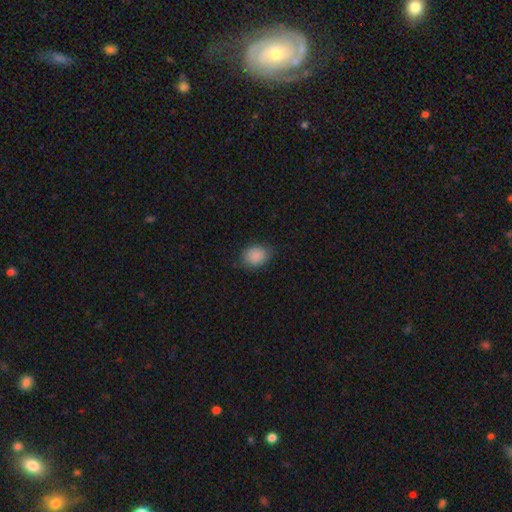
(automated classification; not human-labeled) This appears to be a smooth galaxy with no disk features (88%) that is in between round and cigar-shaped (52%). Merging: none (80%).